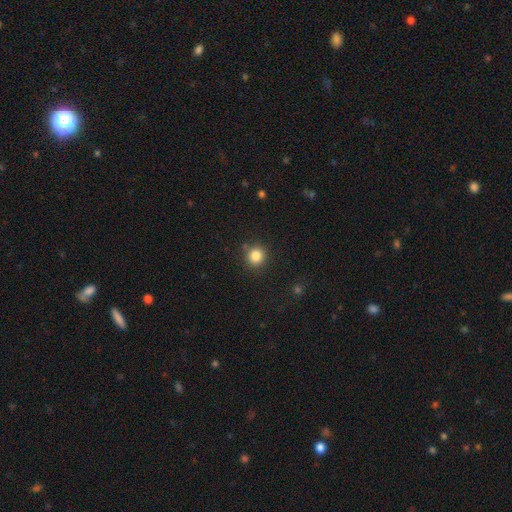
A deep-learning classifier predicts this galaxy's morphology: This appears to be a smooth galaxy with no disk features (84%) that is round (91%). Merging: none (85%).